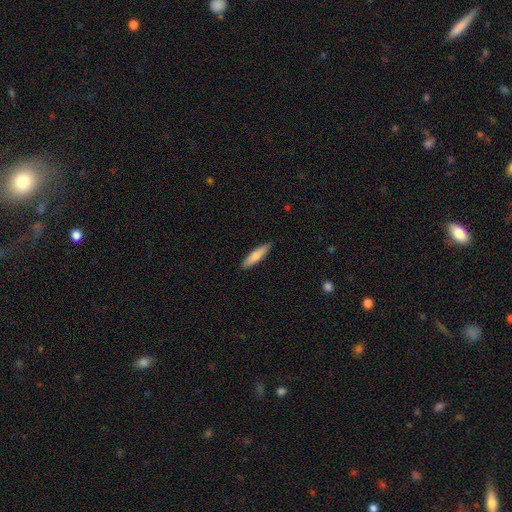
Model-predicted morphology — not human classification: smooth-or-featured: smooth: 76% | featured or disk: 18% | star or artifact: 5%
  how-rounded: cigar-shaped: 75% | in between: 24% | round: 2%
  merging: none: 88% | minor disturbance: 9% | major disturbance: 2% | merger: 1%